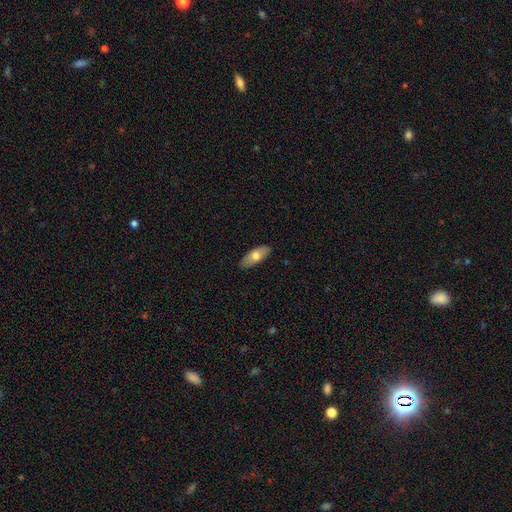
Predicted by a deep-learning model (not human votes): The model was most divided on "smooth or featured": smooth: 70%, featured or disk: 24%, star or artifact: 6%. More confident: merging — none (88%); how rounded — in between (81%).